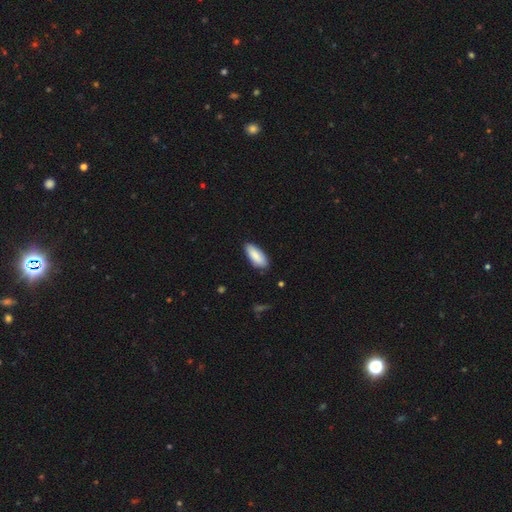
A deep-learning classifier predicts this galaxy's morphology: smooth 87%, featured or disk 7%, star or artifact 6%. Down the decision tree: how rounded — in between (80%); merging — none (83%).